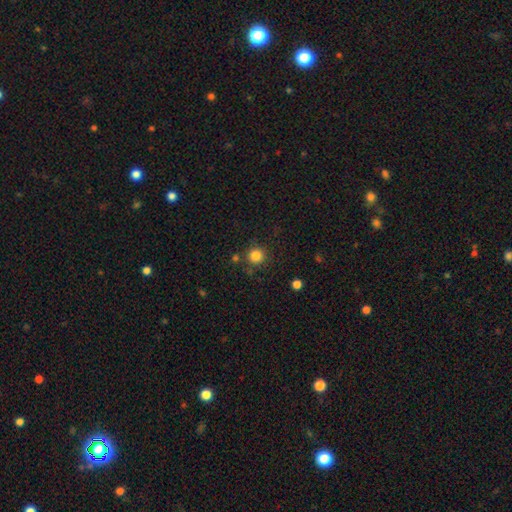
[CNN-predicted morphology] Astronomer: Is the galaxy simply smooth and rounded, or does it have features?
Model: smooth — 83%.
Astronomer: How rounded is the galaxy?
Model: round — 95%.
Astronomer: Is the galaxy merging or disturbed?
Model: none — 84%.